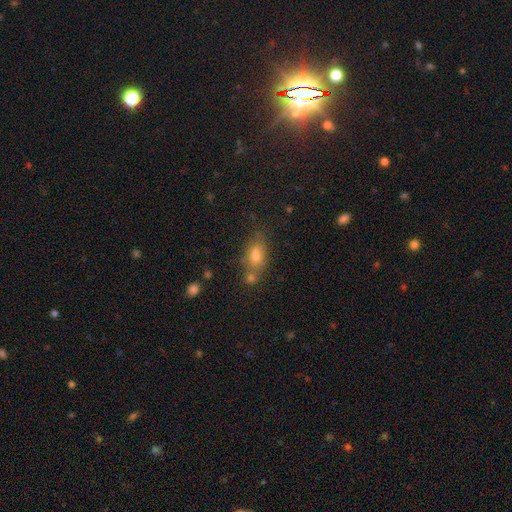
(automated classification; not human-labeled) Smooth or featured?
  - smooth: 71% *
  - star or artifact: 15%
  - featured or disk: 14%
How rounded?
  - in between: 74% *
  - round: 19%
  - cigar-shaped: 7%
Merging?
  - none: 55% *
  - merger: 24%
  - minor disturbance: 15%
  - major disturbance: 5%